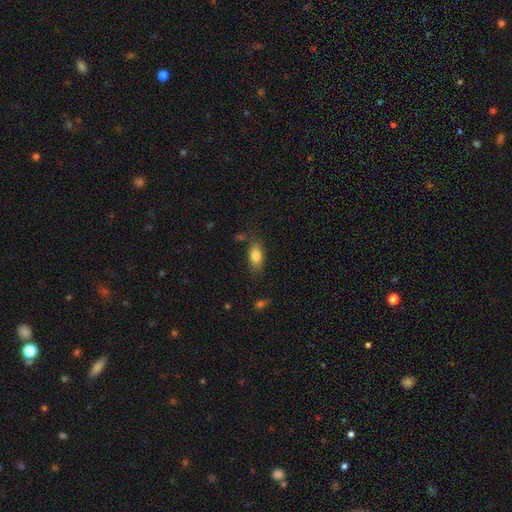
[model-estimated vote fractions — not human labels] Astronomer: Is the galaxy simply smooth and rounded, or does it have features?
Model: smooth — 80%.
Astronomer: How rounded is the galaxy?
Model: in between — 85%.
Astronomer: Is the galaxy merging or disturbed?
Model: none — 77%.